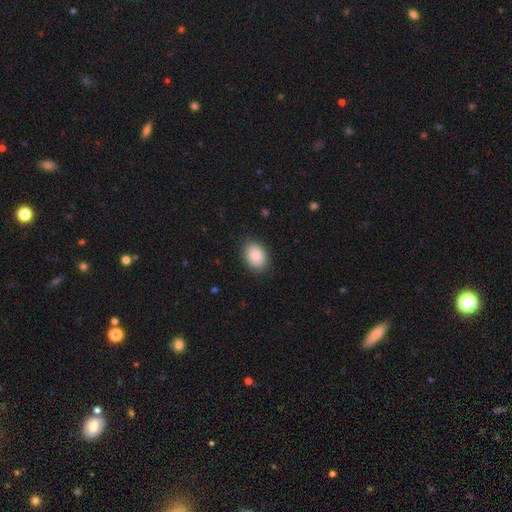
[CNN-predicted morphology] Smooth or featured: smooth — 86% (featured or disk — 7%)
How rounded: in between — 76% (round — 23%)
Merging: none — 84% (minor disturbance — 12%)